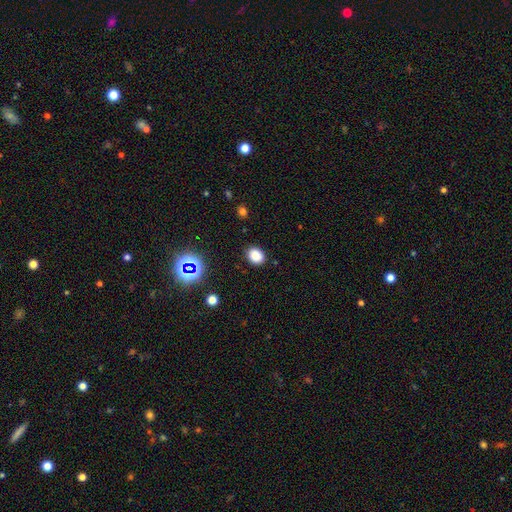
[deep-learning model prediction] Overall: smooth (82%). How rounded: round (50%; in between 49%). Merging: none (88%).